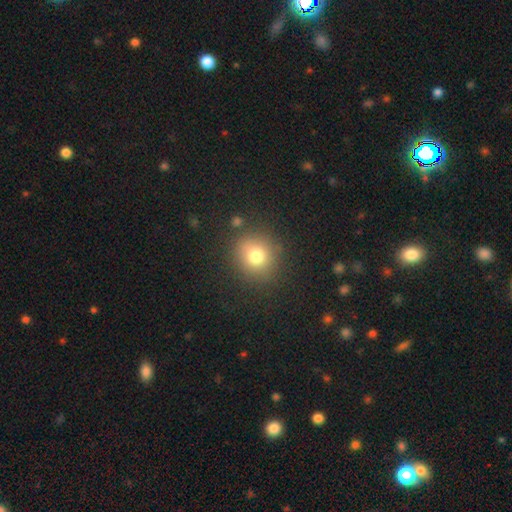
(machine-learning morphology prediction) smooth-or-featured: smooth: 76% | star or artifact: 14% | featured or disk: 9%
  how-rounded: round: 88% | in between: 11% | cigar-shaped: 1%
  merging: none: 85% | minor disturbance: 9% | major disturbance: 4% | merger: 3%